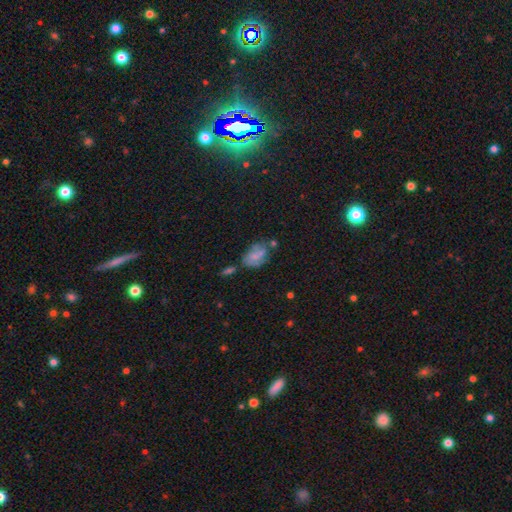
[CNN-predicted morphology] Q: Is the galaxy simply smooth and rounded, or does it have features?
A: smooth — 63%.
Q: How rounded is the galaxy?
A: in between — 88%.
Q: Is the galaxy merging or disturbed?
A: none — 44%.